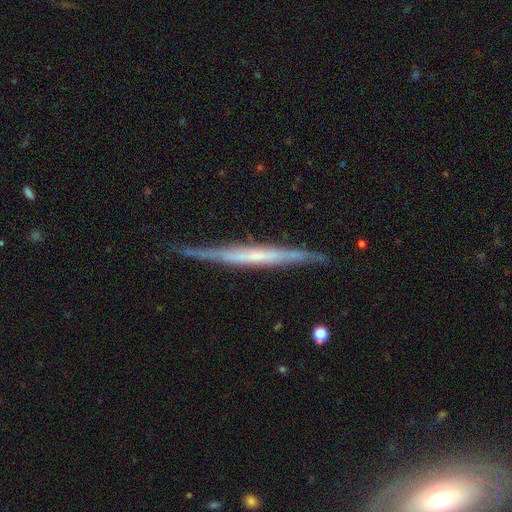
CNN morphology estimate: A featured or disk galaxy (70%) viewed edge-on (95%) with no central bulge (66%). Merging: none (79%).